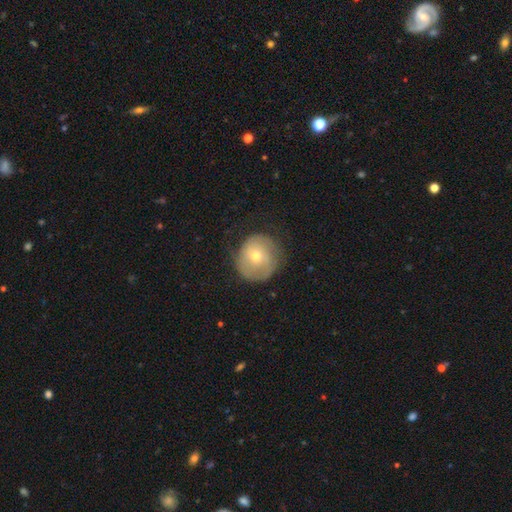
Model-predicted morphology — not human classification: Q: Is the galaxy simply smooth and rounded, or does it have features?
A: smooth — 56%.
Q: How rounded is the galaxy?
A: round — 88%.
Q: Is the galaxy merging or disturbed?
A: none — 63%.